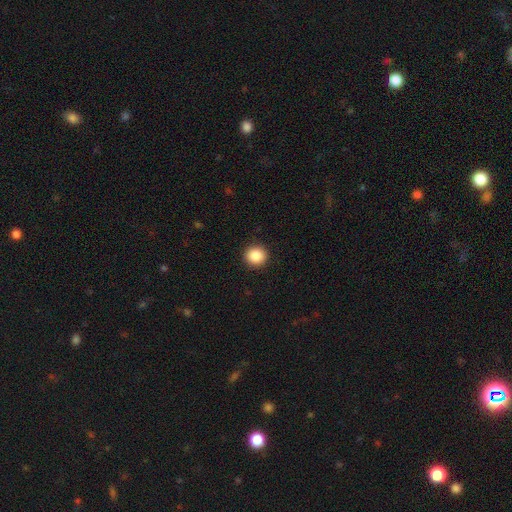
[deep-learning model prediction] smooth-or-featured: smooth: 87% | star or artifact: 9% | featured or disk: 4%
  how-rounded: round: 93% | in between: 6% | cigar-shaped: 1%
  merging: none: 93% | minor disturbance: 5% | major disturbance: 2% | merger: 1%